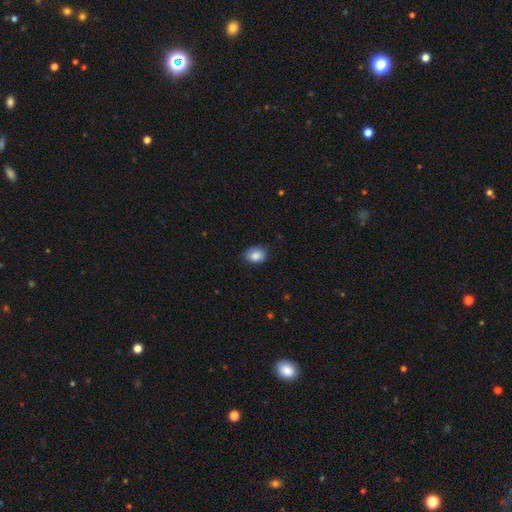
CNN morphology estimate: A smooth galaxy with no disk features (87%) that is in between round and cigar-shaped (66%).

Vote fractions:
- Smooth or featured? smooth: 87% / star or artifact: 8% / featured or disk: 5%
- How rounded? in between: 66% / round: 33% / cigar-shaped: 1%
- Merging? none: 82% / minor disturbance: 14% / major disturbance: 3% / merger: 1%